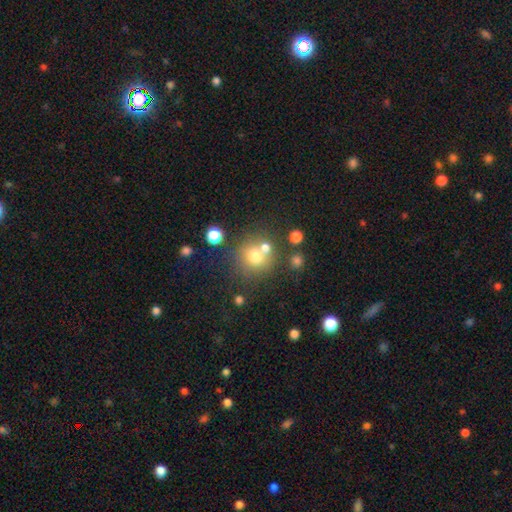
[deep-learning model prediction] Q: Smooth or featured?
A: smooth (71%); runner-up: star or artifact (15%)
Q: How rounded?
A: round (90%); runner-up: in between (9%)
Q: Merging?
A: none (61%); runner-up: merger (25%)